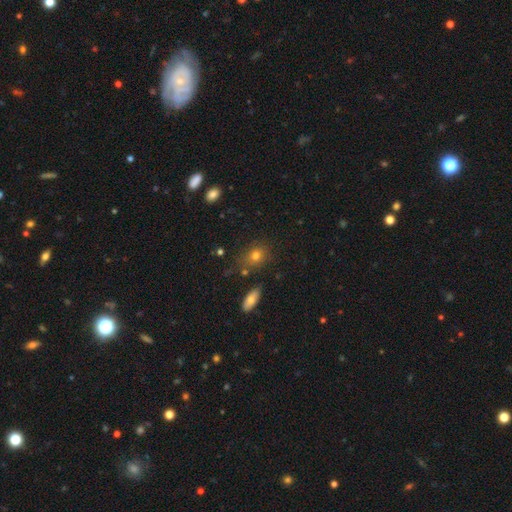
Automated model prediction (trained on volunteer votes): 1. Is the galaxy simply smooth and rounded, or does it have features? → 77% smooth, 12% star or artifact, 11% featured or disk.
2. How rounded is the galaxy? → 53% in between, 45% round, 2% cigar-shaped.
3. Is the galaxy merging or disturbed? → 72% none, 16% minor disturbance, 7% merger, 5% major disturbance.